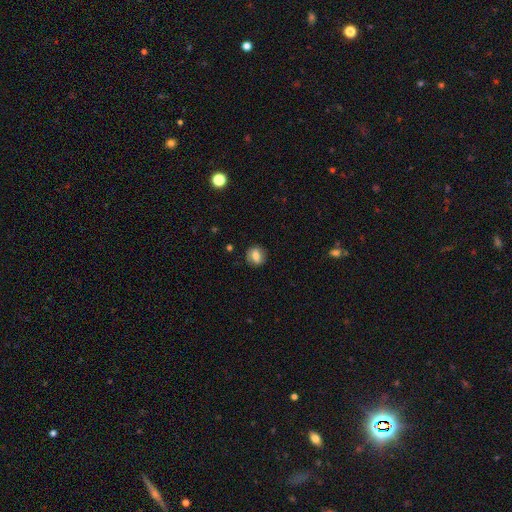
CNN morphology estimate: This is likely a smooth galaxy (69%). How rounded: likely round (65%). Merging: clearly none (84%).